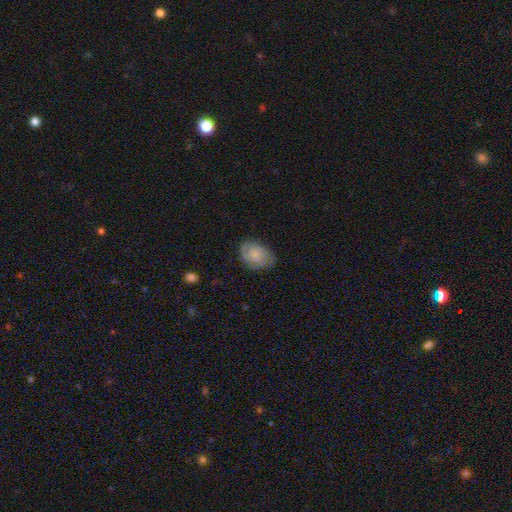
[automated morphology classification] smooth-or-featured: smooth: 53% | featured or disk: 39% | star or artifact: 8%
  how-rounded: in between: 75% | round: 24% | cigar-shaped: 1%
  merging: none: 71% | minor disturbance: 21% | major disturbance: 6% | merger: 1%